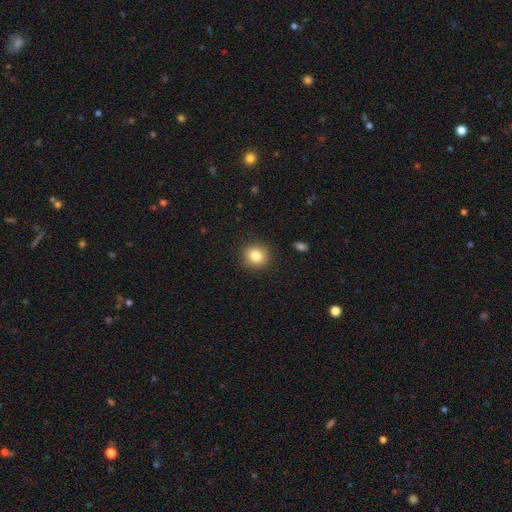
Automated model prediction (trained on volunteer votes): A smooth galaxy with no disk features (84%) that is round (82%). Merging: none (89%).